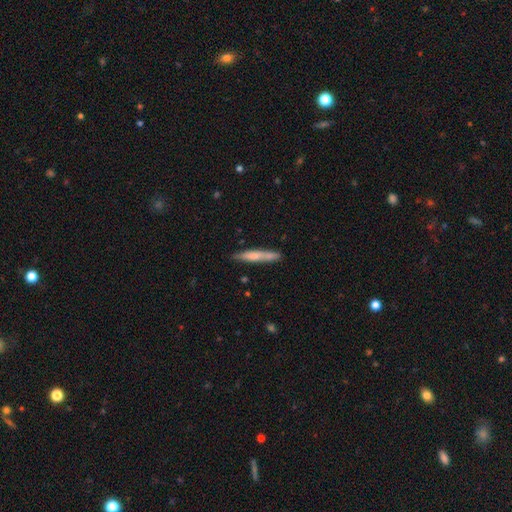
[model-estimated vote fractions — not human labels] A smooth galaxy with no disk features (62%) that is cigar-shaped (94%). Merging: none (79%).